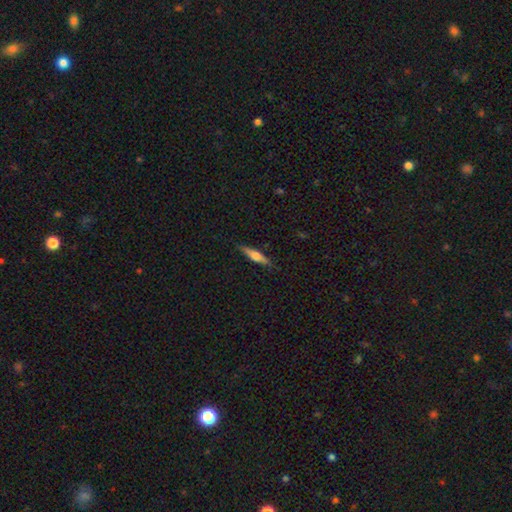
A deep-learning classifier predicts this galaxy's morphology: type=smooth (47%, tied with featured or disk); merging=none (86%).